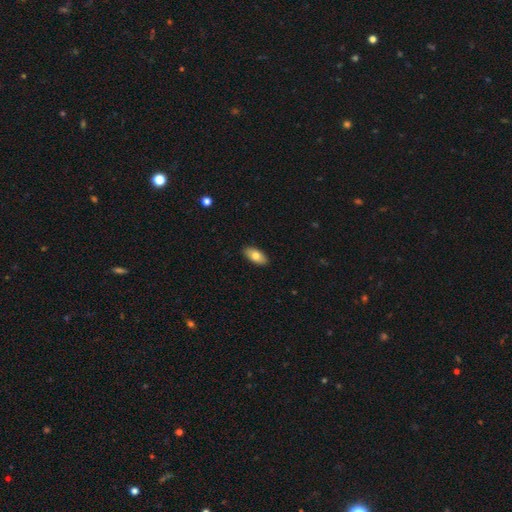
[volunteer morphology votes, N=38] Smooth or featured?
  - smooth: 68% *
  - featured or disk: 29%
  - star or artifact: 3%
How rounded?
  - in between: 92% *
  - round: 4%
  - cigar-shaped: 4%
Merging?
  - none: 92% *
  - merger: 5%
  - minor disturbance: 3%
  - major disturbance: 0%